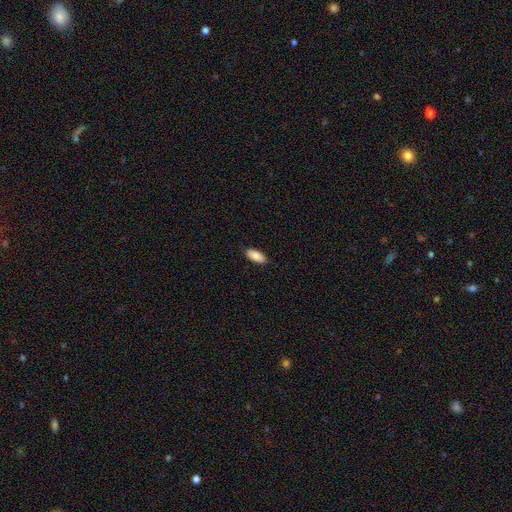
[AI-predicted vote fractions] Smooth or featured? smooth (87%)
How rounded? in between (87%)
Merging? none (88%)